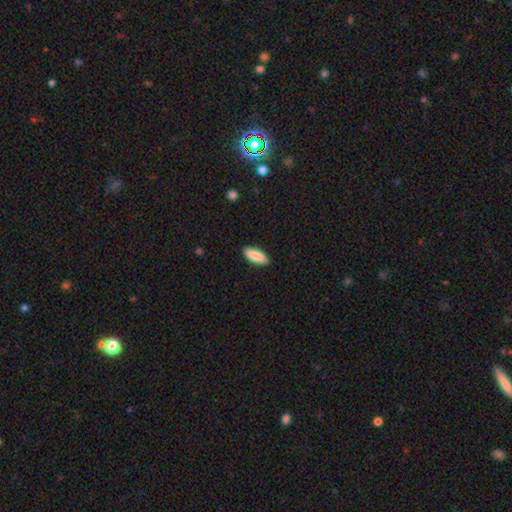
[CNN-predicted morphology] This appears to be a smooth galaxy with no disk features (89%) that is in between round and cigar-shaped (76%). Merging: none (88%).